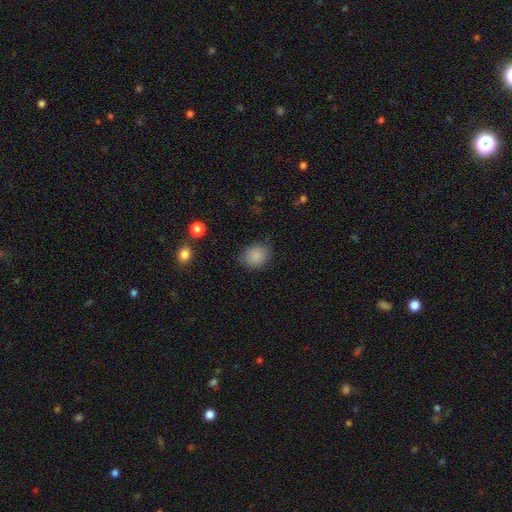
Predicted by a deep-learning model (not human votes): This appears to be a smooth galaxy with no disk features (87%) that is round (53%). Merging: none (81%).